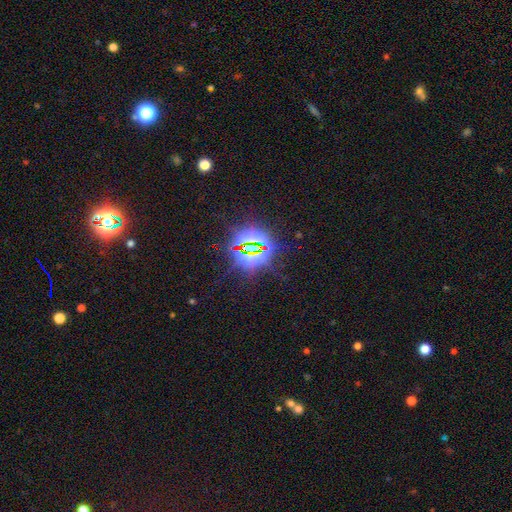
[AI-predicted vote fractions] Smooth or featured: star or artifact — 84% (smooth — 9%)